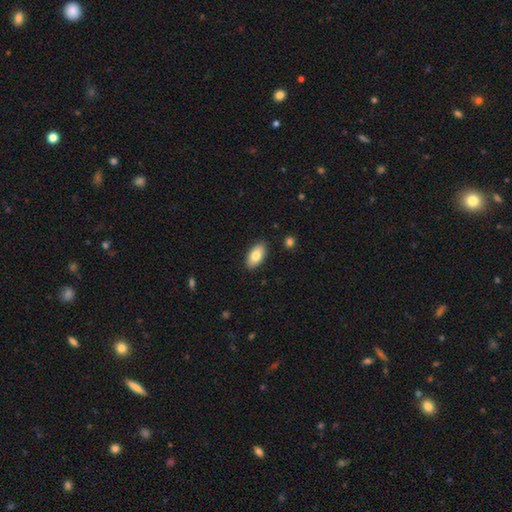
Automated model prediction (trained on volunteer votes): Smooth or featured: smooth — 78% (featured or disk — 15%)
How rounded: in between — 92% (cigar-shaped — 5%)
Merging: none — 88% (minor disturbance — 9%)